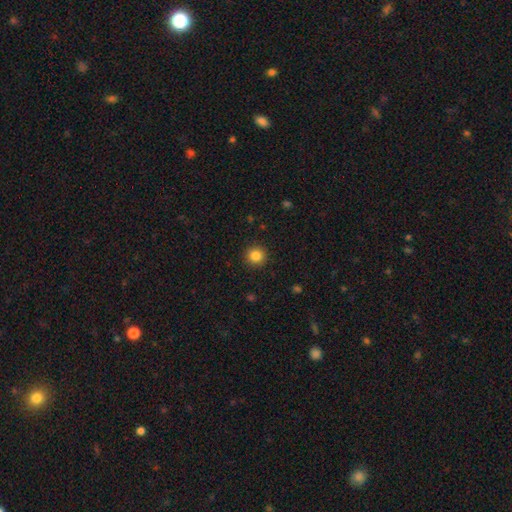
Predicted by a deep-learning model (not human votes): A smooth galaxy with no disk features (85%) that is round (94%).

Vote fractions:
- Smooth or featured? smooth: 85% / star or artifact: 11% / featured or disk: 4%
- How rounded? round: 94% / in between: 5% / cigar-shaped: 1%
- Merging? none: 92% / minor disturbance: 5% / major disturbance: 2% / merger: 1%